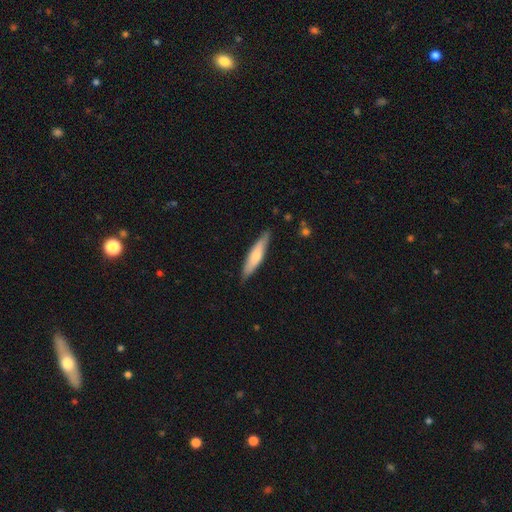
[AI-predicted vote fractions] smooth_or_featured: smooth (p=0.62) [alt: featured or disk p=0.33]
how_rounded: cigar-shaped (p=0.80) [alt: in between p=0.18]
merging: none (p=0.84) [alt: minor disturbance p=0.13]